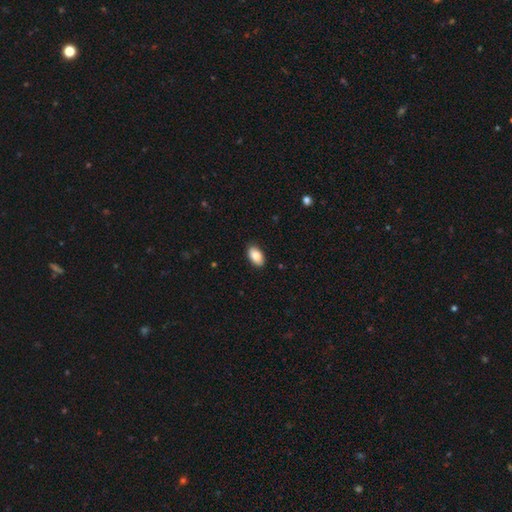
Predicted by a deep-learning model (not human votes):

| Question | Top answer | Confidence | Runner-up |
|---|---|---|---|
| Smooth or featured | smooth | 86% | featured or disk (7%) |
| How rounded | in between | 94% | round (4%) |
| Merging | none | 89% | minor disturbance (8%) |